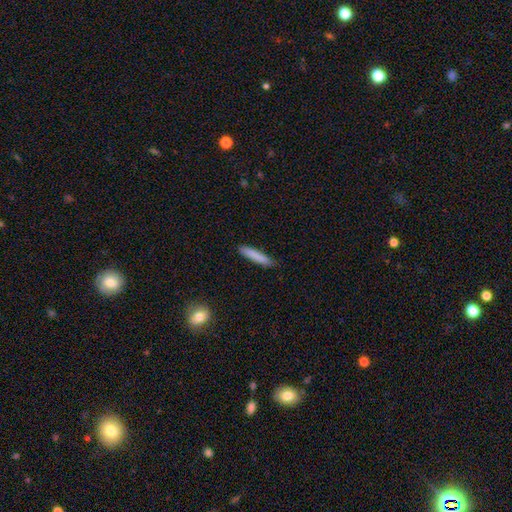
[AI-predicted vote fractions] Smooth or featured? Predicted: smooth (p=0.85). How rounded? Predicted: cigar-shaped (p=0.91). Merging? Predicted: none (p=0.87).